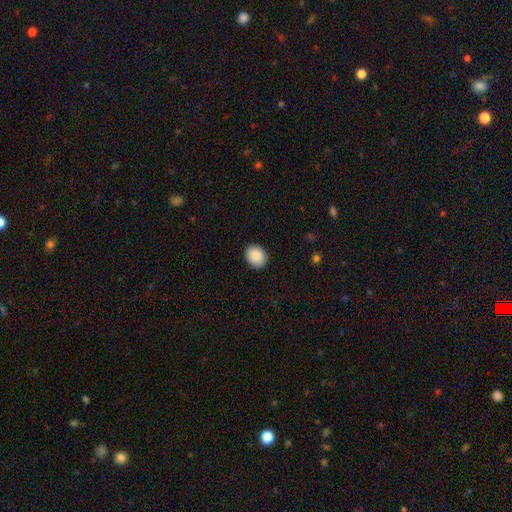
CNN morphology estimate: A smooth galaxy with no disk features (90%) that is round (55%). Merging: none (91%).